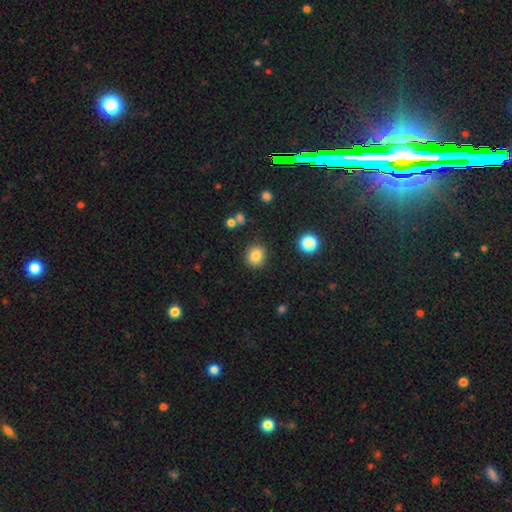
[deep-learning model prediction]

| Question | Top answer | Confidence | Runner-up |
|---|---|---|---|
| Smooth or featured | smooth | 83% | star or artifact (11%) |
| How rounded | round | 86% | in between (13%) |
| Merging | none | 87% | minor disturbance (8%) |